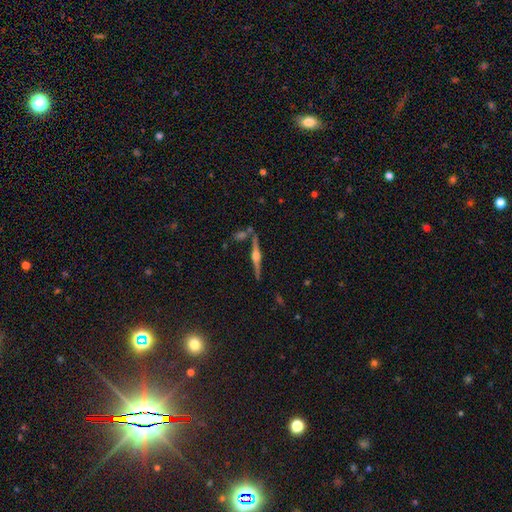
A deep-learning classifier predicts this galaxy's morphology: The model was most divided on "smooth or featured": featured or disk: 83%, smooth: 10%, star or artifact: 7%. More confident: edge-on disk — yes (98%); edge-on bulge — rounded (89%); merging — none (82%).